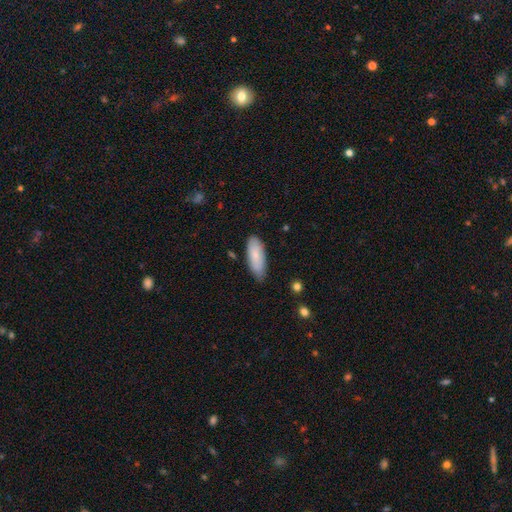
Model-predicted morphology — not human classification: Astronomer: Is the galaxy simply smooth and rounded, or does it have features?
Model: smooth — 83%.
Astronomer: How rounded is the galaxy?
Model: in between — 74%.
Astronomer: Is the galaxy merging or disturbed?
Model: none — 73%.